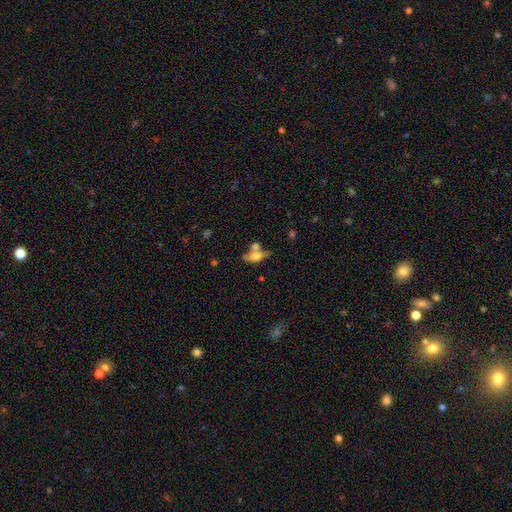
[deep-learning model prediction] This is possibly a smooth galaxy (54%). How rounded: likely in between (69%). Merging: possibly none (49%).